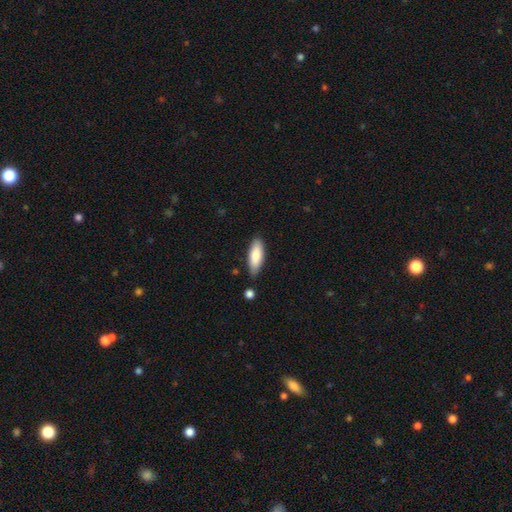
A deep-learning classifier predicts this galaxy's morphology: Smooth or featured: smooth — 82% (featured or disk — 13%)
How rounded: in between — 67% (cigar-shaped — 32%)
Merging: none — 78% (minor disturbance — 15%)